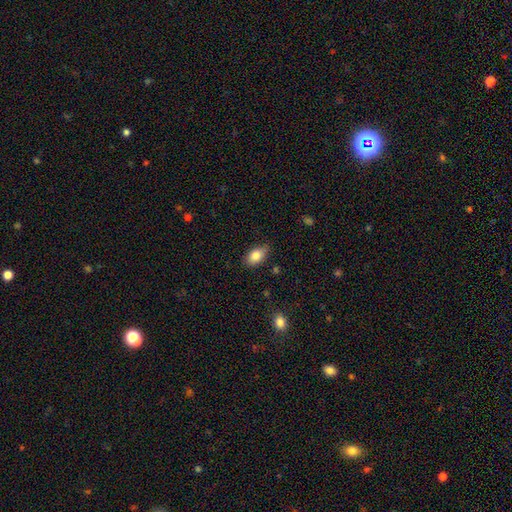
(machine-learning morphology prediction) smooth-or-featured: smooth: 84% | featured or disk: 9% | star or artifact: 7%
  how-rounded: in between: 90% | round: 7% | cigar-shaped: 3%
  merging: none: 79% | minor disturbance: 16% | major disturbance: 3% | merger: 1%